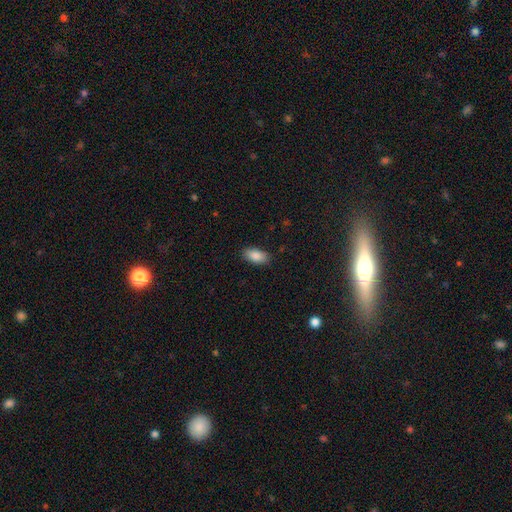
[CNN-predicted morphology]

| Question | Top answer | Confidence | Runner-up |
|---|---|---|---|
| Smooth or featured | smooth | 88% | star or artifact (7%) |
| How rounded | in between | 93% | cigar-shaped (4%) |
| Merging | none | 86% | minor disturbance (10%) |